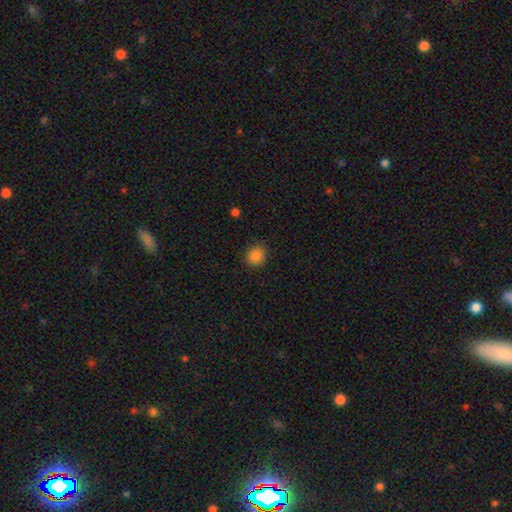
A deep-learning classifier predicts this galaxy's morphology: Q: Smooth or featured?
A: smooth (85%); runner-up: star or artifact (11%)
Q: How rounded?
A: round (81%); runner-up: in between (18%)
Q: Merging?
A: none (87%); runner-up: minor disturbance (10%)